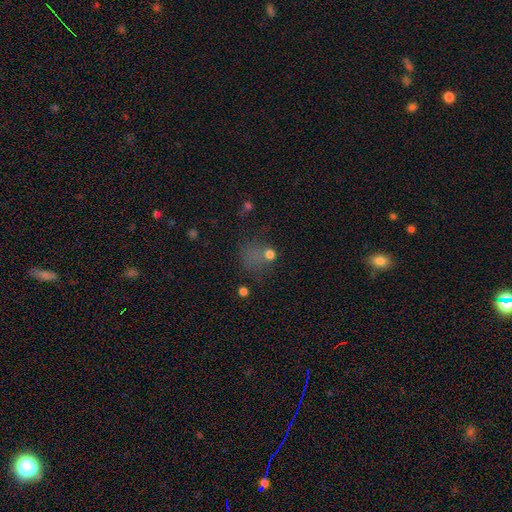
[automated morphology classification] smooth_or_featured: smooth (p=0.51) [alt: star or artifact p=0.33]
how_rounded: round (p=0.66) [alt: in between p=0.33]
merging: none (p=0.41) [alt: major disturbance p=0.30]